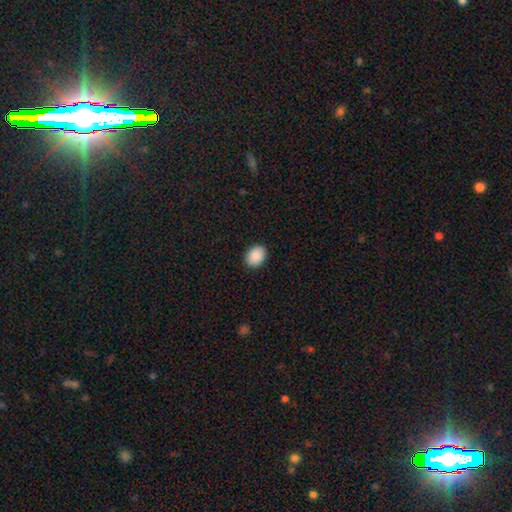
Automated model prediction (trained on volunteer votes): Morphology: type=smooth (90%); roundness=in between (66%); merging=none (90%).